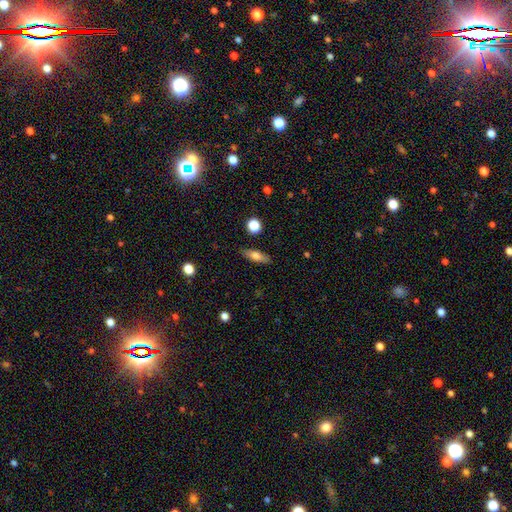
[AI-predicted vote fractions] A smooth galaxy with no disk features (69%) that is in between round and cigar-shaped (53%). Merging: none (86%).